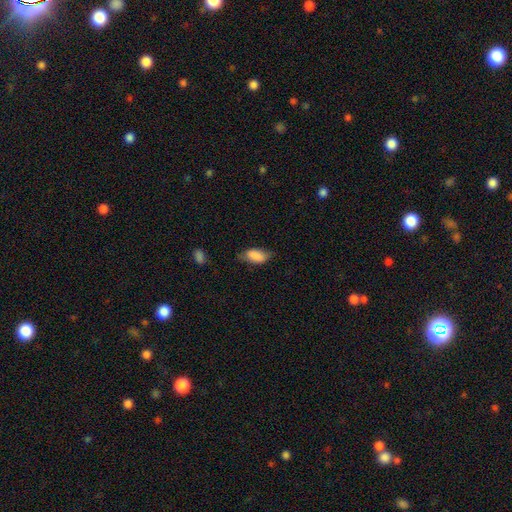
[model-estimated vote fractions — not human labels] Smooth or featured: smooth — 84% (featured or disk — 9%)
How rounded: in between — 91% (cigar-shaped — 5%)
Merging: none — 58% (minor disturbance — 31%)